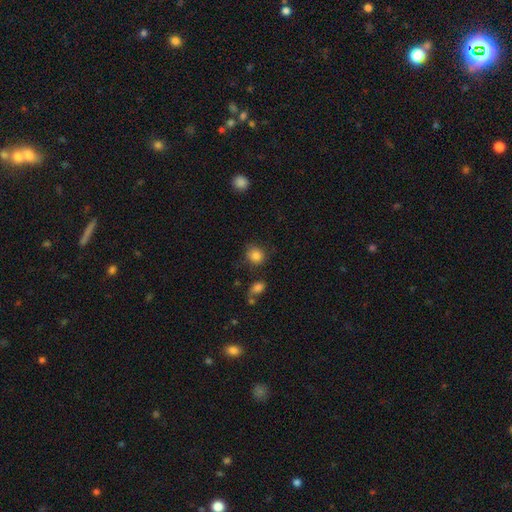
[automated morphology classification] A smooth galaxy with no disk features (85%) that is round (78%).

Vote fractions:
- Smooth or featured? smooth: 85% / star or artifact: 10% / featured or disk: 5%
- How rounded? round: 78% / in between: 21% / cigar-shaped: 1%
- Merging? none: 72% / minor disturbance: 18% / major disturbance: 5% / merger: 5%